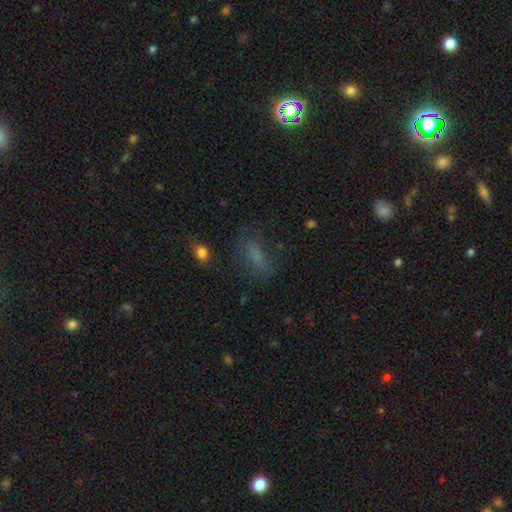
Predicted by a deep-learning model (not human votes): smooth_or_featured: smooth (p=0.61) [alt: star or artifact p=0.21]
how_rounded: in between (p=0.72) [alt: cigar-shaped p=0.17]
merging: none (p=0.62) [alt: minor disturbance p=0.19]